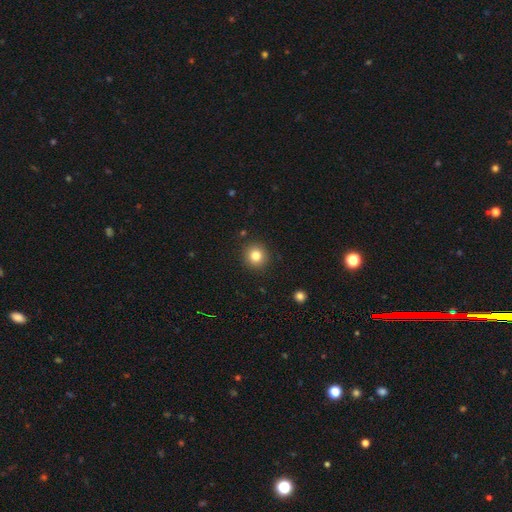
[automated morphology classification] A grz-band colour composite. It shows a smooth galaxy with no disk features (81%) that is round (93%). Merging: none (91%).